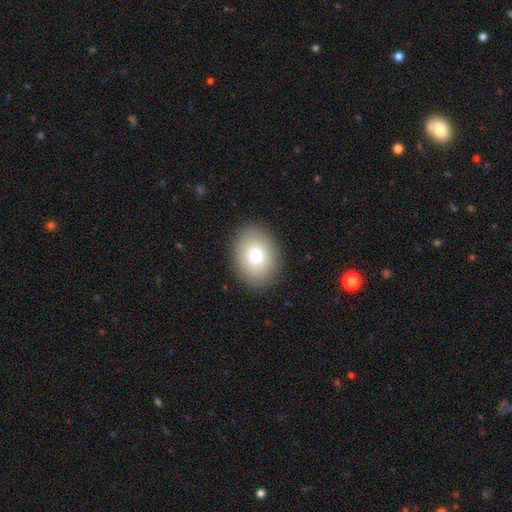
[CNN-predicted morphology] Overall: smooth (81%). How rounded: in between (72%). Merging: none (89%).